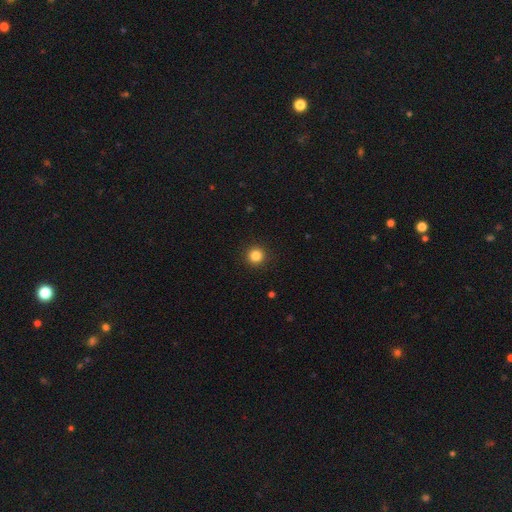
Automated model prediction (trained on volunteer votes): smooth 84%, star or artifact 12%, featured or disk 4%. Down the decision tree: how rounded — round (95%); merging — none (93%).